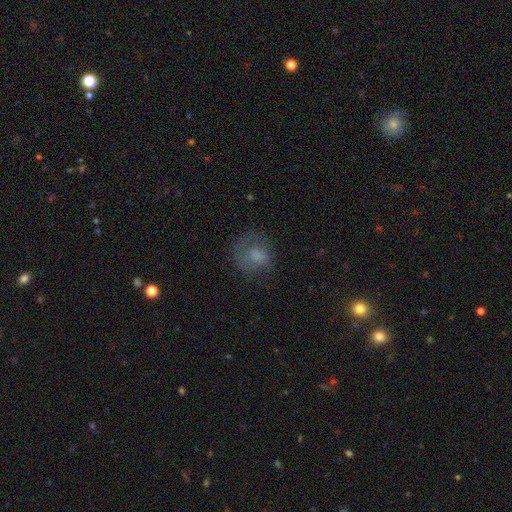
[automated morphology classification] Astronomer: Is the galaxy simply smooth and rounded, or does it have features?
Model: smooth — 61%.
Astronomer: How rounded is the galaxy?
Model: round — 69%.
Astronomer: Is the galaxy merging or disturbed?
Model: none — 52%.